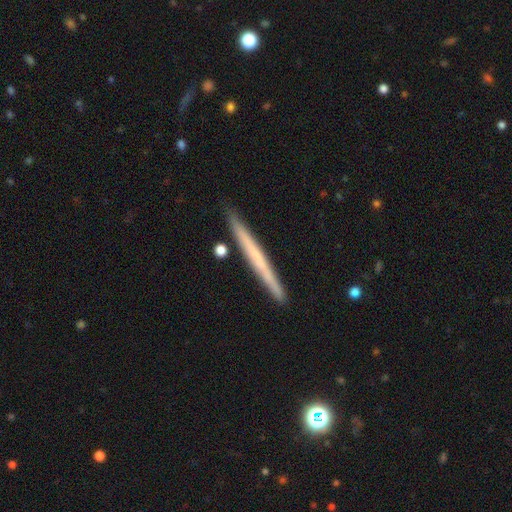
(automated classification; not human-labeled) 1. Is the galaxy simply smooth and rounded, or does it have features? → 48% featured or disk, 46% smooth, 5% star or artifact.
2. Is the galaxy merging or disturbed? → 89% none, 7% minor disturbance, 2% merger, 1% major disturbance.